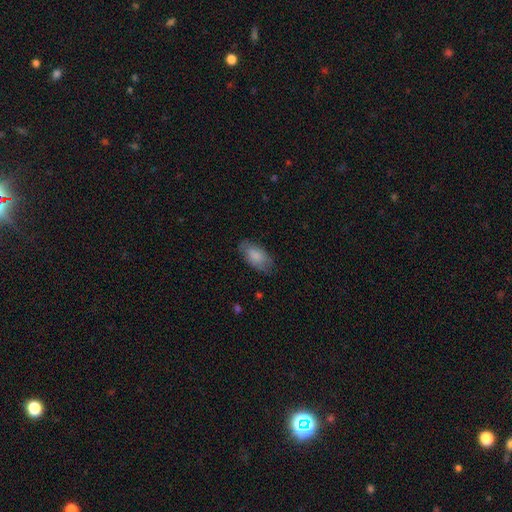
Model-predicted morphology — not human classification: A smooth galaxy with no disk features (84%) that is in between round and cigar-shaped (93%).

Vote fractions:
- Smooth or featured? smooth: 84% / featured or disk: 10% / star or artifact: 6%
- How rounded? in between: 93% / cigar-shaped: 4% / round: 3%
- Merging? none: 75% / minor disturbance: 19% / major disturbance: 5% / merger: 1%